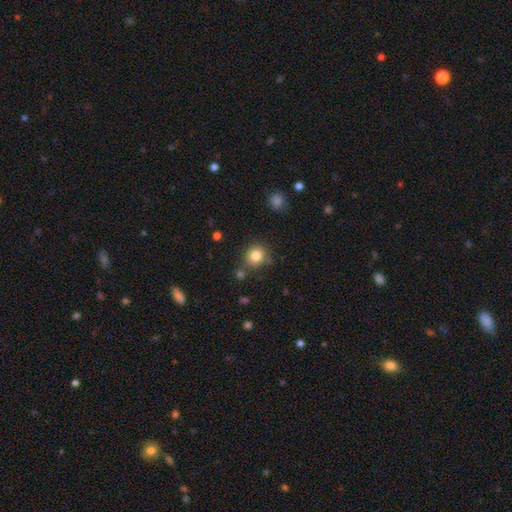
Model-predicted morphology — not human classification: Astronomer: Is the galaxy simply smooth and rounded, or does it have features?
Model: smooth — 82%.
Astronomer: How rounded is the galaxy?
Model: round — 82%.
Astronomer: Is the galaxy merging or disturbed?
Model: none — 77%.